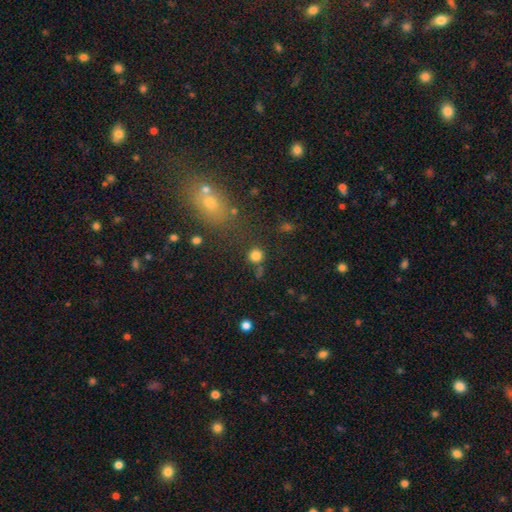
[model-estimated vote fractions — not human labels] smooth 80%, star or artifact 15%, featured or disk 5%. Down the decision tree: how rounded — round (92%); merging — none (75%).